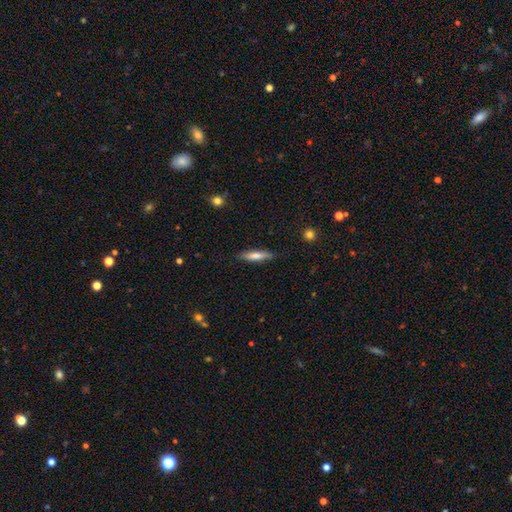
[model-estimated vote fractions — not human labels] Overall: smooth (67%). How rounded: cigar-shaped (81%). Merging: none (86%).